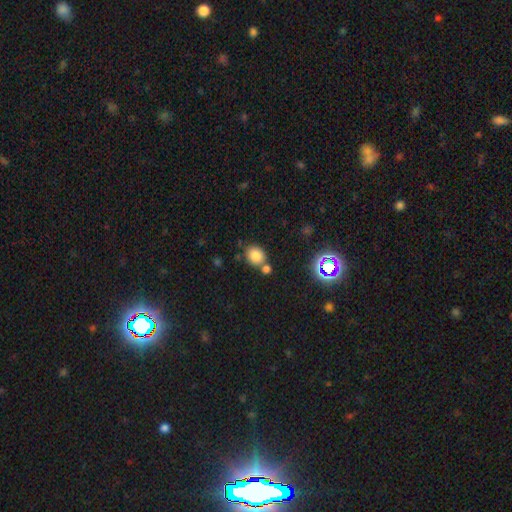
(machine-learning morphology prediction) A smooth galaxy with no disk features (80%) that is round (61%). Merging: none (63%).